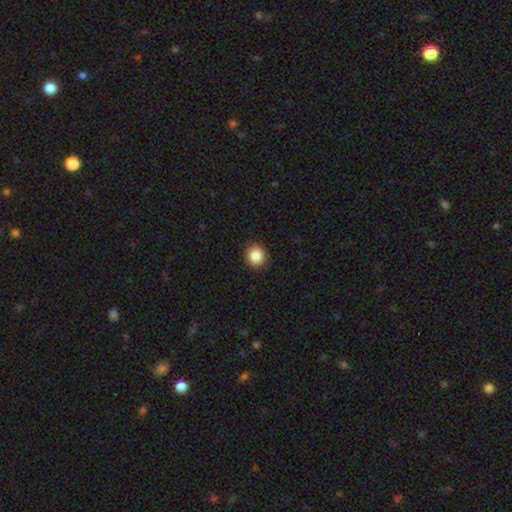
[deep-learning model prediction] Overall: smooth (86%). How rounded: round (89%). Merging: none (91%).